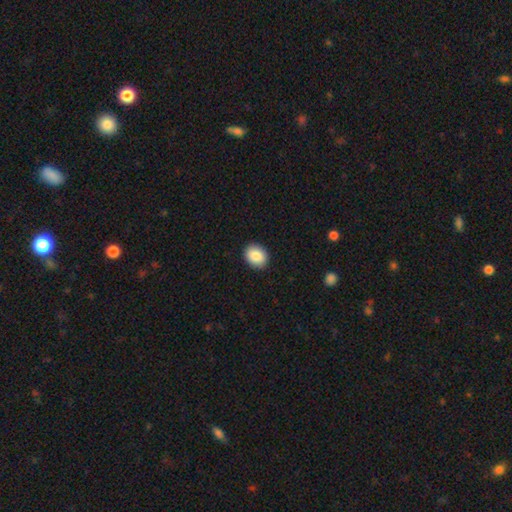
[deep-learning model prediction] The model was most divided on "how rounded": in between: 52%, round: 47%, cigar-shaped: 1%. More confident: merging — none (91%); smooth or featured — smooth (88%).